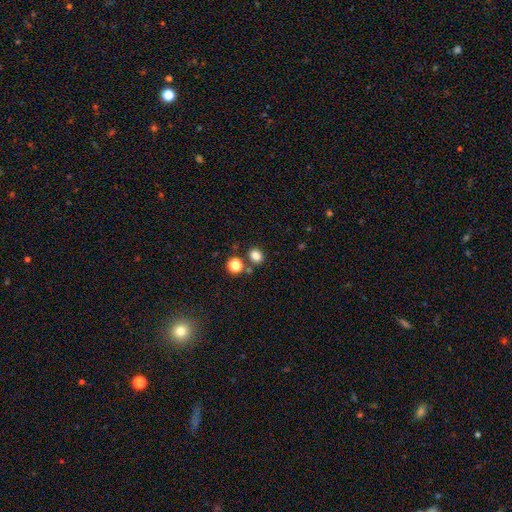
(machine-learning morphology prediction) This is clearly a smooth galaxy (82%). How rounded: possibly round (58%). Merging: likely none (78%).